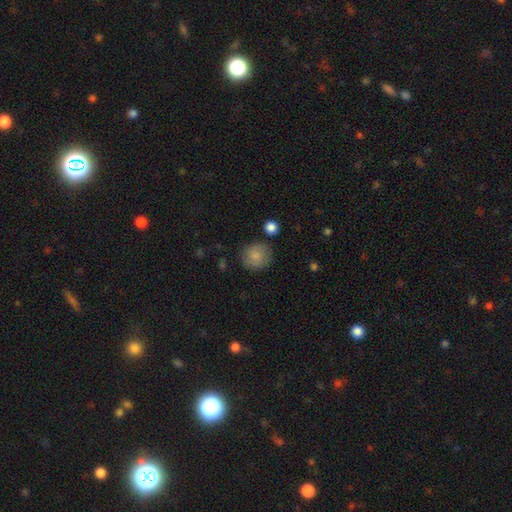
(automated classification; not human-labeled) Smooth or featured?
  - smooth: 84% *
  - featured or disk: 8%
  - star or artifact: 8%
How rounded?
  - round: 88% *
  - in between: 11%
  - cigar-shaped: 1%
Merging?
  - none: 81% *
  - minor disturbance: 12%
  - major disturbance: 3%
  - merger: 3%